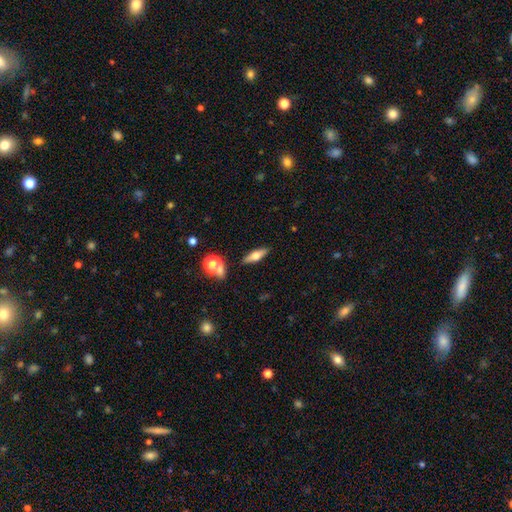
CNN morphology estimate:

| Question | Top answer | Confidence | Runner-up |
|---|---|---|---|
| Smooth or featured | featured or disk | 49% | smooth (42%) |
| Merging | none | 84% | minor disturbance (9%) |